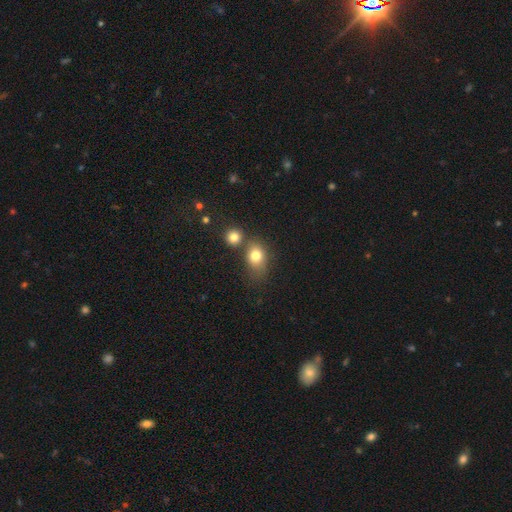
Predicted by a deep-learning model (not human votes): This appears to be a smooth galaxy with no disk features (79%) that is in between round and cigar-shaped (58%). Merging: none (52%).